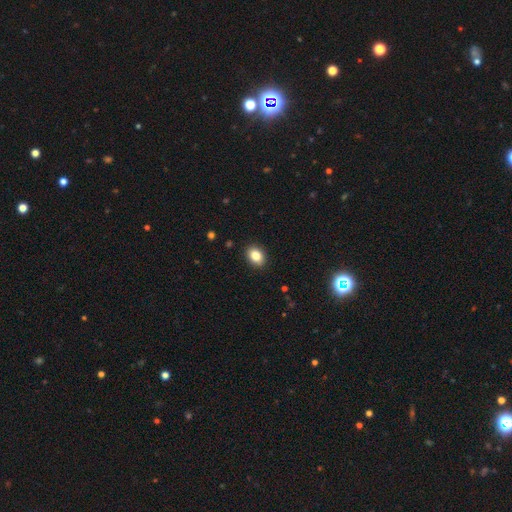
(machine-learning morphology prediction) smooth_or_featured: smooth (p=0.84) [alt: star or artifact p=0.09]
how_rounded: in between (p=0.66) [alt: round p=0.33]
merging: none (p=0.89) [alt: minor disturbance p=0.08]